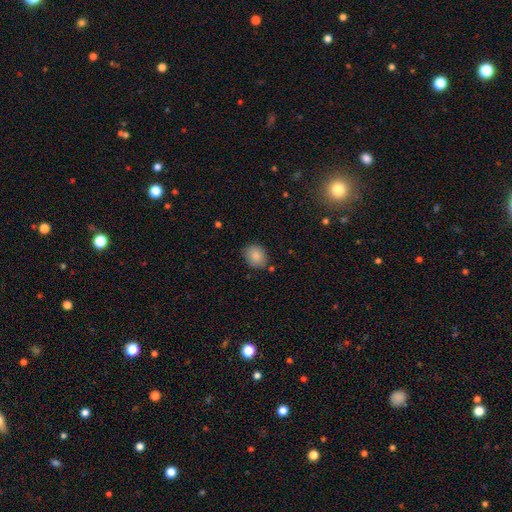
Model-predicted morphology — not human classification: smooth 86%, star or artifact 8%, featured or disk 6%. Down the decision tree: how rounded — round (58%); merging — none (79%).